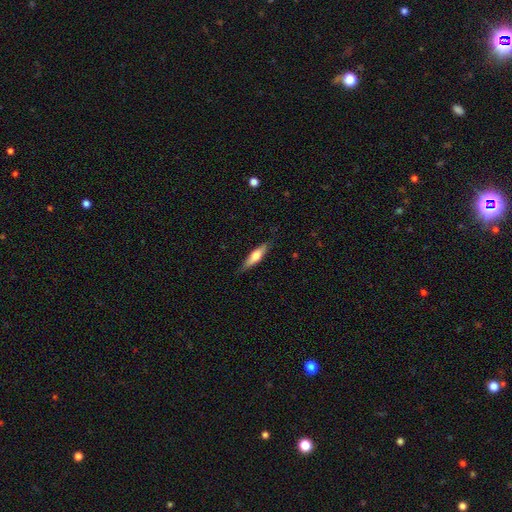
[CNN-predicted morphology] Smooth or featured: smooth — 52% (featured or disk — 42%)
How rounded: cigar-shaped — 70% (in between — 28%)
Merging: none — 83% (minor disturbance — 13%)